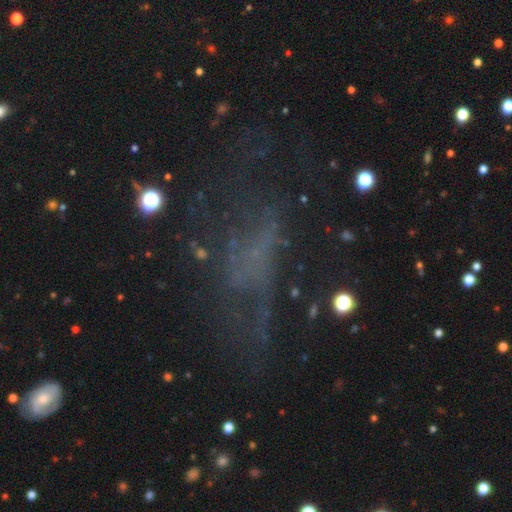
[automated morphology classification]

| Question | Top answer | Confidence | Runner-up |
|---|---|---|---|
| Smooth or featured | featured or disk | 43% | star or artifact (31%) |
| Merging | none | 43% | major disturbance (35%) |